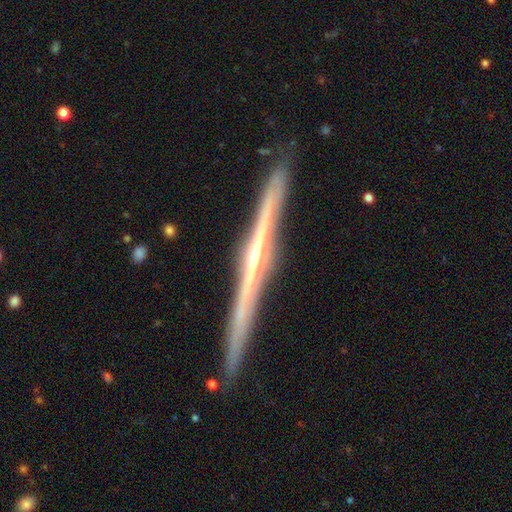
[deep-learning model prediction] This appears to be a featured or disk galaxy (84%) viewed edge-on (98%) with a rounded central bulge (64%). Merging: none (90%).